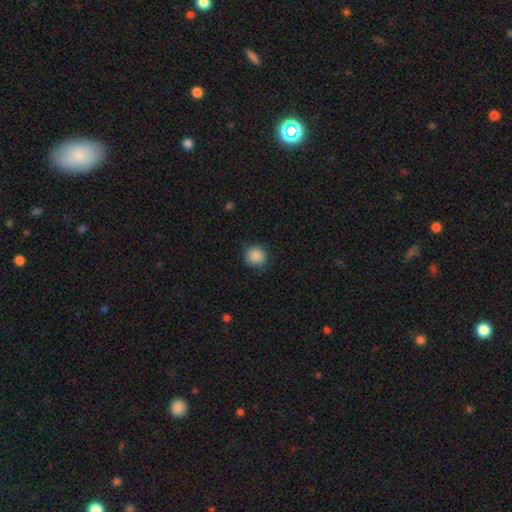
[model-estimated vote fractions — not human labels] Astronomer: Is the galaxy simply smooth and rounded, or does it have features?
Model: smooth — 88%.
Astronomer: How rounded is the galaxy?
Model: round — 92%.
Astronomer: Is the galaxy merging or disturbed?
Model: none — 86%.